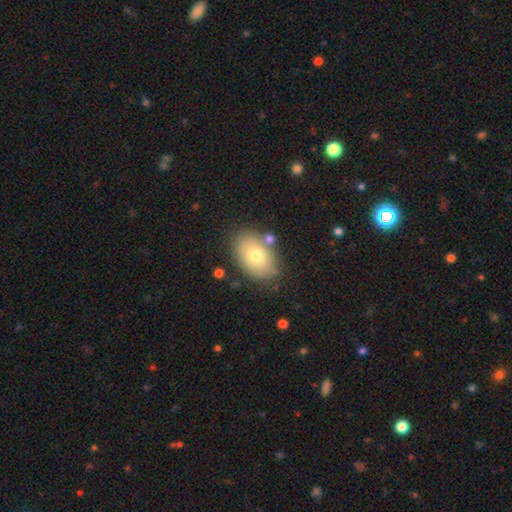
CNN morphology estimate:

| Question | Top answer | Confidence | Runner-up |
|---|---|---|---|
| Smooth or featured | smooth | 73% | featured or disk (19%) |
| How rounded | in between | 87% | round (12%) |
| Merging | none | 80% | minor disturbance (12%) |